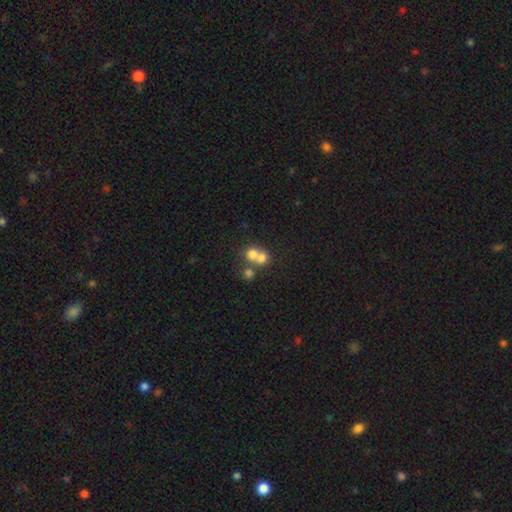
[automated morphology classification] smooth 69%, featured or disk 18%, star or artifact 13%. Down the decision tree: how rounded — round (80%); merging — merger (60%).